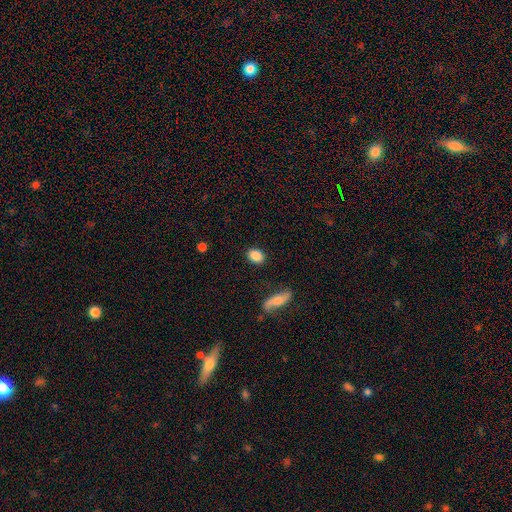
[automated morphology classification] Smooth or featured? smooth (87%)
How rounded? in between (67%)
Merging? none (86%)